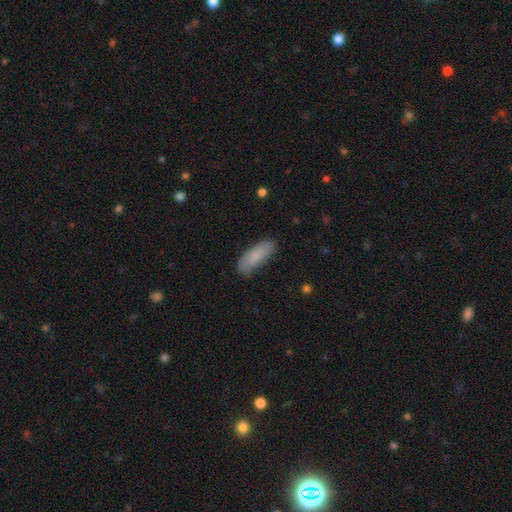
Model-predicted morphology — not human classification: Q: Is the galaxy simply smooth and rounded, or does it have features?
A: smooth — 83%.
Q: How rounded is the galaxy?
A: in between — 67%.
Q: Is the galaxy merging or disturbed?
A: none — 78%.